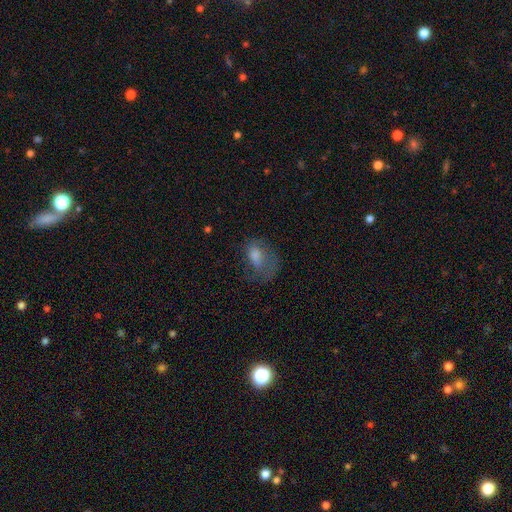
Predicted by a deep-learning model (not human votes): smooth_or_featured: smooth (p=0.54) [alt: featured or disk p=0.32]
how_rounded: in between (p=0.79) [alt: round p=0.19]
merging: major disturbance (p=0.39) [alt: none p=0.35]